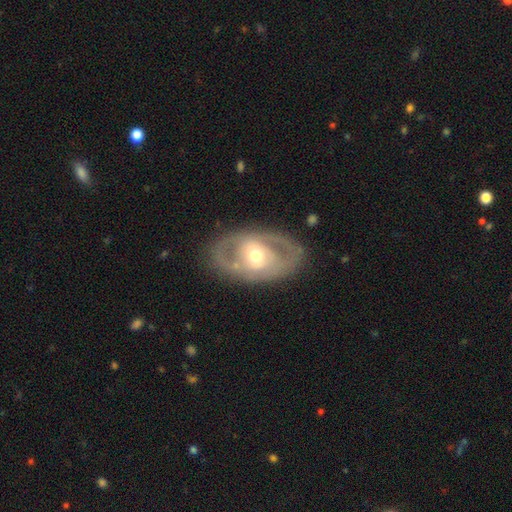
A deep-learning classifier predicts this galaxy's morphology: smooth-or-featured: featured or disk: 73% | smooth: 22% | star or artifact: 5%
  disk-edge-on: no: 92% | yes: 8%
    bar: no: 61% | weak: 27% | strong: 12%
    has-spiral-arms: no: 56% | yes: 44%
    bulge-size: moderate: 66% | small: 24% | large: 8% | dominant: 1% | none: 1%
  merging: none: 79% | minor disturbance: 13% | major disturbance: 6% | merger: 1%